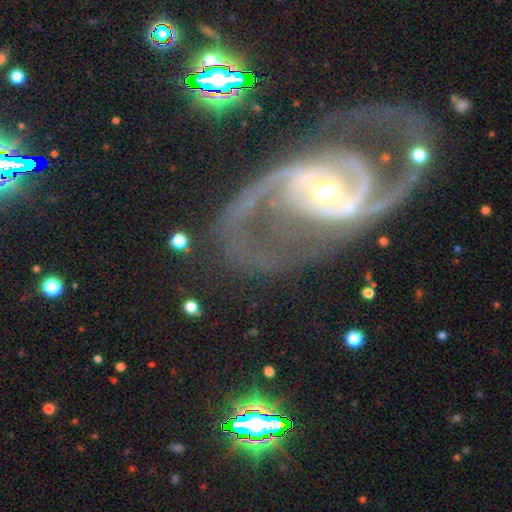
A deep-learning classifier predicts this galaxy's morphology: A featured or disk galaxy (89%) with no bar (36%), 2 (88%) medium (55%) spiral arms (97%) and a small central bulge (52%). Merging: none (69%).